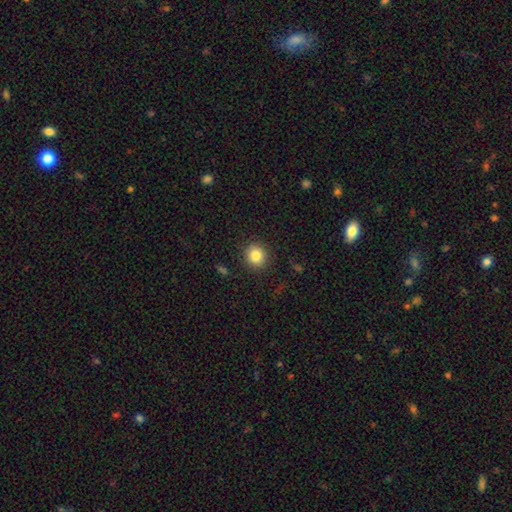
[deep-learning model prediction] A smooth galaxy with no disk features (84%) that is round (84%).

Vote fractions:
- Smooth or featured? smooth: 84% / star or artifact: 10% / featured or disk: 6%
- How rounded? round: 84% / in between: 15% / cigar-shaped: 1%
- Merging? none: 90% / minor disturbance: 7% / major disturbance: 2% / merger: 1%